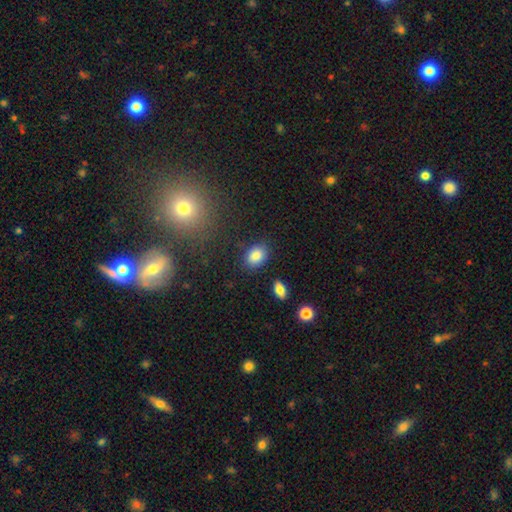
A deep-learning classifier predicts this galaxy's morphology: Smooth or featured?
  - smooth: 85% *
  - star or artifact: 9%
  - featured or disk: 6%
How rounded?
  - in between: 74% *
  - round: 25%
  - cigar-shaped: 1%
Merging?
  - none: 82% *
  - minor disturbance: 12%
  - merger: 3%
  - major disturbance: 3%